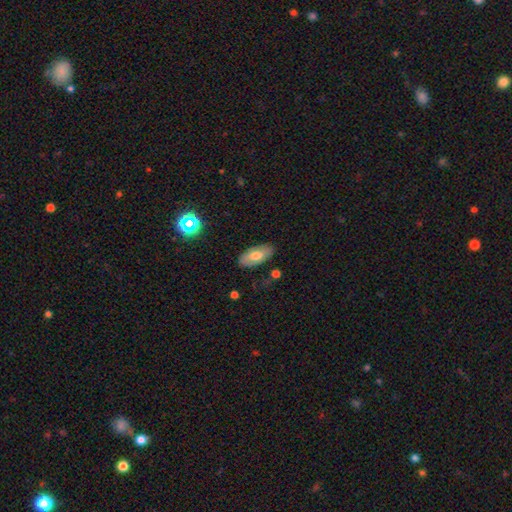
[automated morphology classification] Q: Smooth or featured?
A: smooth (66%); runner-up: featured or disk (27%)
Q: How rounded?
A: in between (91%); runner-up: cigar-shaped (6%)
Q: Merging?
A: none (83%); runner-up: minor disturbance (13%)